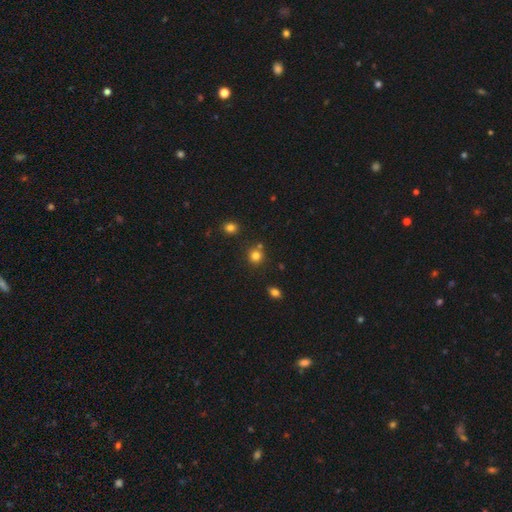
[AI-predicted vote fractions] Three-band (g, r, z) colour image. It shows a smooth galaxy with no disk features (79%) that is round (89%). Merging: none (77%).